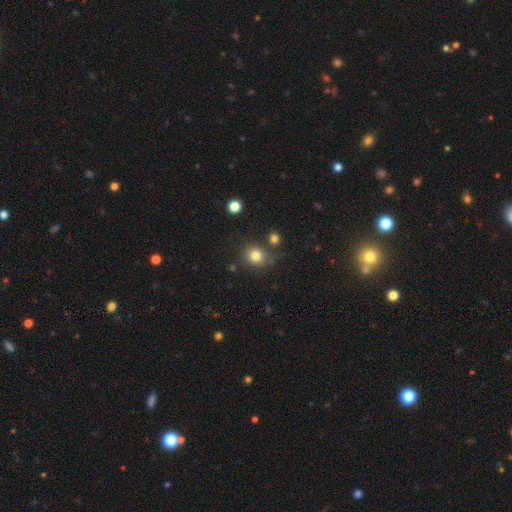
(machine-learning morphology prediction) This appears to be a smooth galaxy with no disk features (81%) that is round (82%). Merging: none (76%).